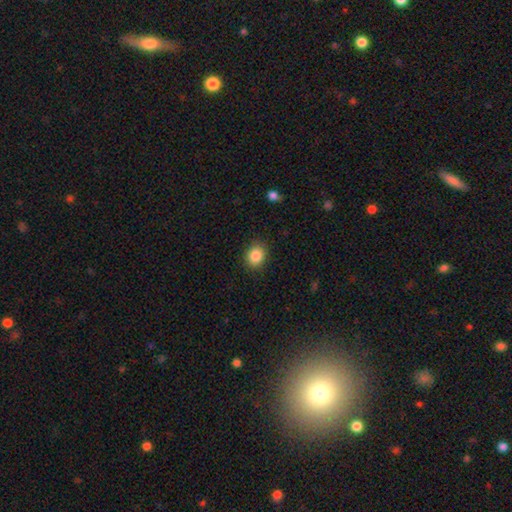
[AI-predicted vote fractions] smooth-or-featured: smooth: 86% | star or artifact: 9% | featured or disk: 5%
  how-rounded: round: 61% | in between: 39% | cigar-shaped: 1%
  merging: none: 88% | minor disturbance: 9% | major disturbance: 2% | merger: 1%